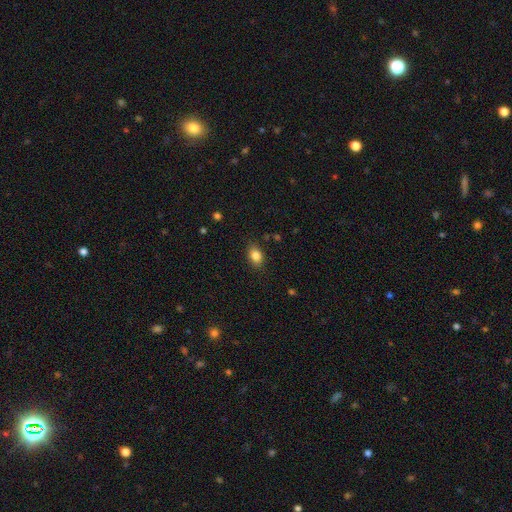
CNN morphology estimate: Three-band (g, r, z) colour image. It shows a smooth galaxy with no disk features (84%) that is in between round and cigar-shaped (78%). Merging: none (85%).